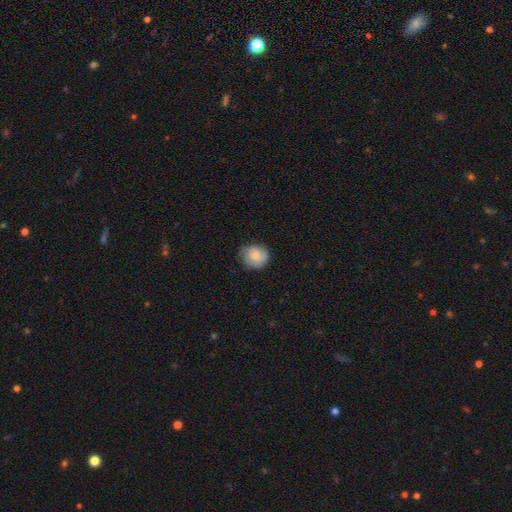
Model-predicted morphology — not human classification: Smooth or featured? Predicted: smooth (p=0.78). How rounded? Predicted: round (p=0.74). Merging? Predicted: none (p=0.72).